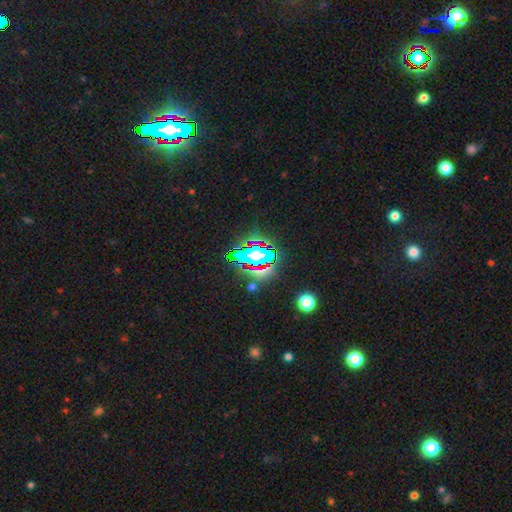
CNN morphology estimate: This is likely a star or artifact rather than a galaxy (64%).